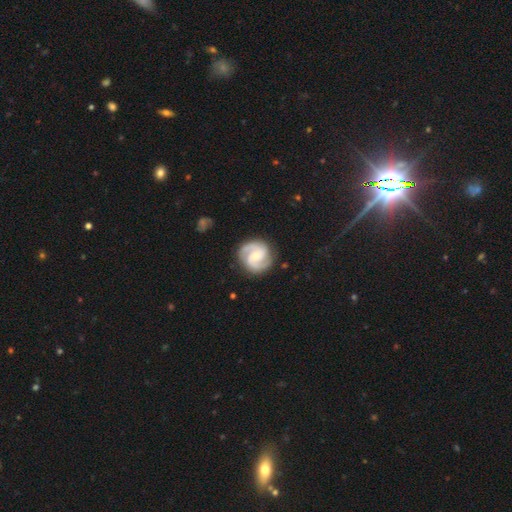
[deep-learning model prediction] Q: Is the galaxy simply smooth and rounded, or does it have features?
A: featured or disk — 90%.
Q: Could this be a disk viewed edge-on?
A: no — 98%.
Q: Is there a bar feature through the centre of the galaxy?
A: no — 47%.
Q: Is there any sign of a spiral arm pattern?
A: yes — 98%.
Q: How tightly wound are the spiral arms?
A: medium — 48%.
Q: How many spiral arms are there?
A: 2 — 92%.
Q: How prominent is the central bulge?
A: small — 54%.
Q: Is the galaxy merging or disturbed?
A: none — 86%.